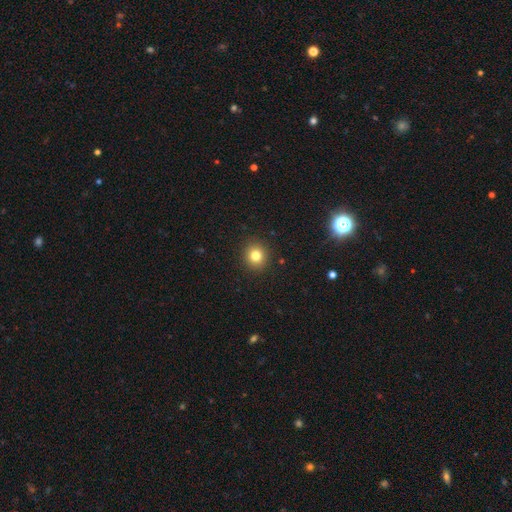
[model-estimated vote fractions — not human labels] smooth-or-featured: smooth: 80% | star or artifact: 13% | featured or disk: 7%
  how-rounded: round: 88% | in between: 11% | cigar-shaped: 1%
  merging: none: 91% | minor disturbance: 6% | major disturbance: 2% | merger: 1%